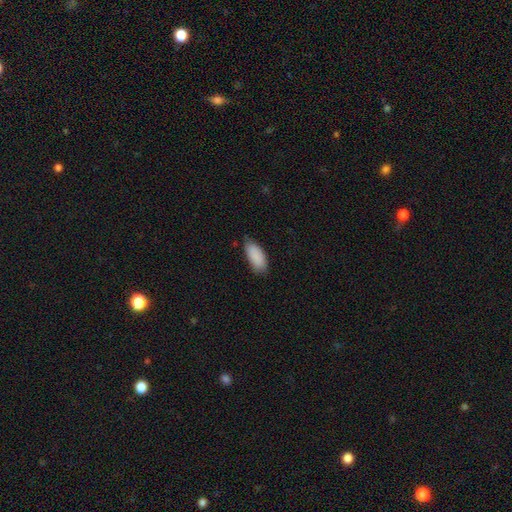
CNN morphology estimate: This appears to be a smooth galaxy with no disk features (89%) that is in between round and cigar-shaped (90%). Merging: none (70%).